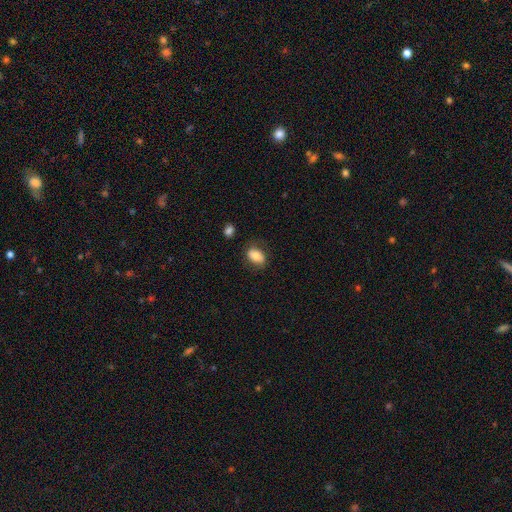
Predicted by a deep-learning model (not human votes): A smooth galaxy with no disk features (77%) that is in between round and cigar-shaped (85%).

Vote fractions:
- Smooth or featured? smooth: 77% / featured or disk: 15% / star or artifact: 8%
- How rounded? in between: 85% / round: 13% / cigar-shaped: 2%
- Merging? none: 74% / minor disturbance: 18% / major disturbance: 5% / merger: 3%